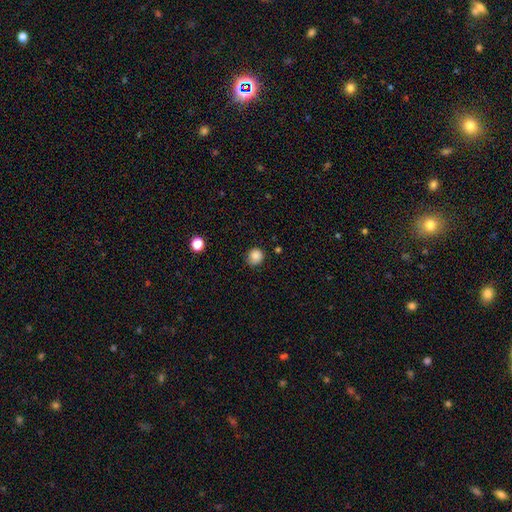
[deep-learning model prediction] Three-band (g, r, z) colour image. It shows a smooth galaxy with no disk features (85%) that is round (84%). Merging: none (75%).